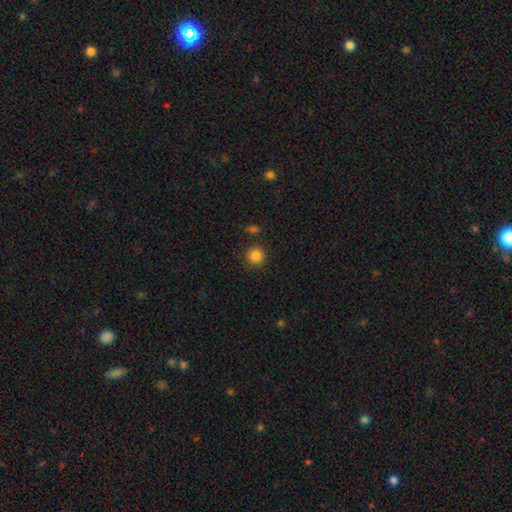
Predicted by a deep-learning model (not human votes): Q: Smooth or featured?
A: smooth (85%); runner-up: star or artifact (11%)
Q: How rounded?
A: round (94%); runner-up: in between (5%)
Q: Merging?
A: none (88%); runner-up: minor disturbance (7%)